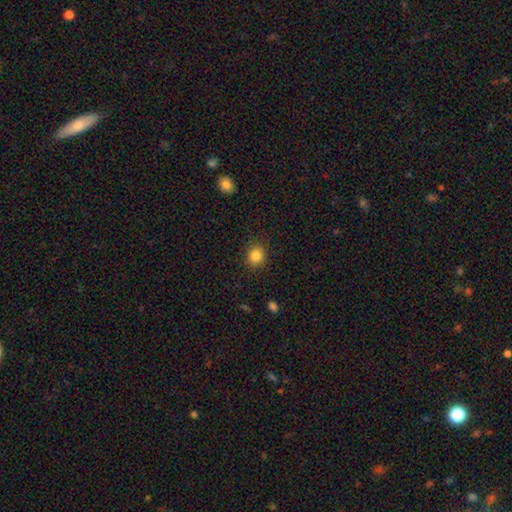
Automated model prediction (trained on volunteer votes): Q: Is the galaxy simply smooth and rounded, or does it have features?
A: smooth — 85%.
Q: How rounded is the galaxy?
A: round — 80%.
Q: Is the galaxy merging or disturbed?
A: none — 89%.